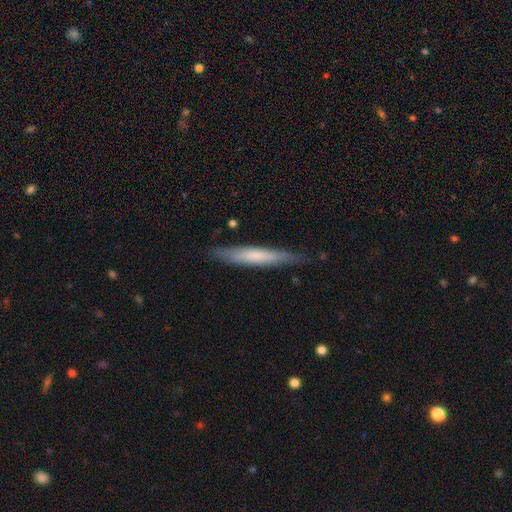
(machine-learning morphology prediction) smooth 59%, featured or disk 35%, star or artifact 5%. Down the decision tree: how rounded — cigar-shaped (93%); merging — none (81%).